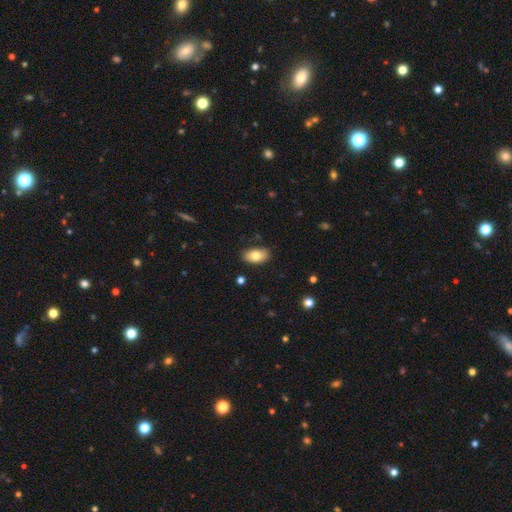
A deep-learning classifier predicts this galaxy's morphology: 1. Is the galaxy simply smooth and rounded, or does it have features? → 78% smooth, 14% featured or disk, 7% star or artifact.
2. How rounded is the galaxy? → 92% in between, 6% round, 2% cigar-shaped.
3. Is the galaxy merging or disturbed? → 82% none, 14% minor disturbance, 3% major disturbance, 1% merger.